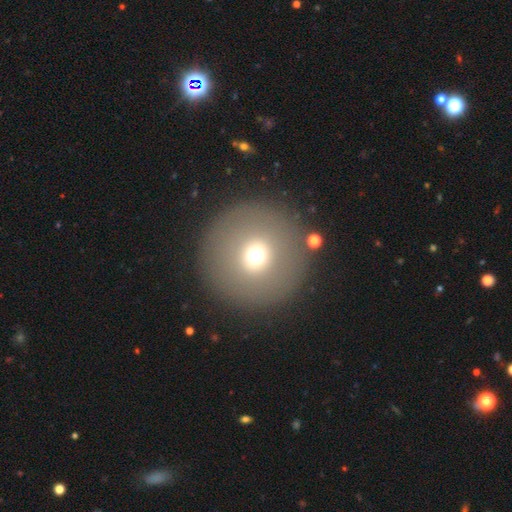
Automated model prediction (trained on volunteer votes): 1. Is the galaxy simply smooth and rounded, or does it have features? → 65% smooth, 18% featured or disk, 17% star or artifact.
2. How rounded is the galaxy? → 94% round, 5% in between, 1% cigar-shaped.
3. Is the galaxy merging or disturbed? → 83% none, 8% minor disturbance, 6% major disturbance, 4% merger.